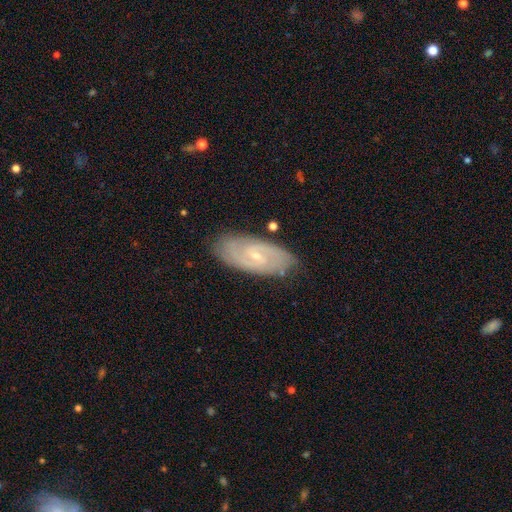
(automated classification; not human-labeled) This is likely a featured or disk galaxy (80%). It is clearly not viewed edge-on (93%). Bar: possibly weak (49%). Spiral arm pattern: clearly yes (93%). Spiral arm count: likely 2 (60%). Spiral winding: possibly tight (51%). Central bulge: likely small (78%). Merging: clearly none (84%).